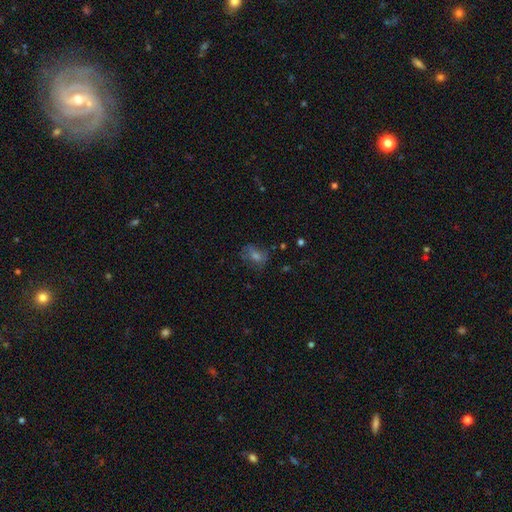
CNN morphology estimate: smooth-or-featured: smooth: 45% | featured or disk: 30% | star or artifact: 25%
  merging: none: 65% | minor disturbance: 21% | major disturbance: 12% | merger: 2%